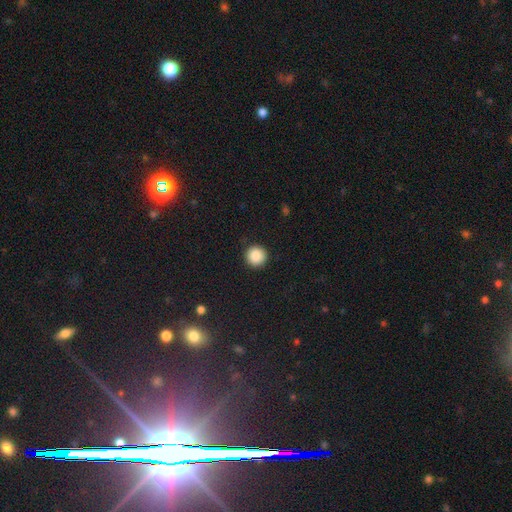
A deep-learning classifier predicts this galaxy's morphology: type=smooth (88%); roundness=round (95%); merging=none (91%).